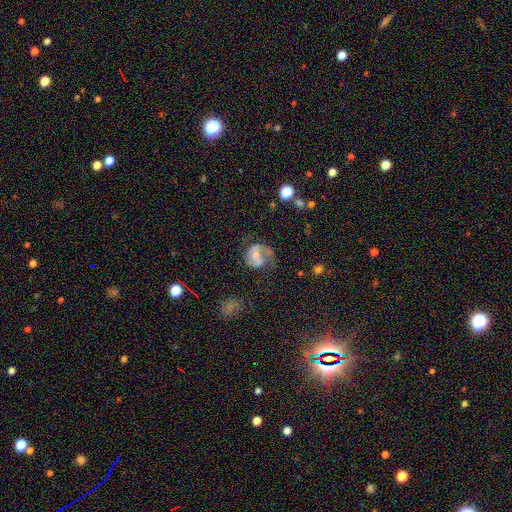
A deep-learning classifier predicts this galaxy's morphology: Smooth or featured: featured or disk — 70% (smooth — 22%)
Edge-on disk: no — 98% (yes — 2%)
Bar: no — 52% (weak — 36%)
Spiral arms: yes — 86% (no — 14%)
Spiral winding: medium — 47% (loose — 30%)
Spiral arm count: 2 — 54% (1 — 35%)
Bulge size: small — 45% (moderate — 40%)
Merging: none — 42% (major disturbance — 31%)